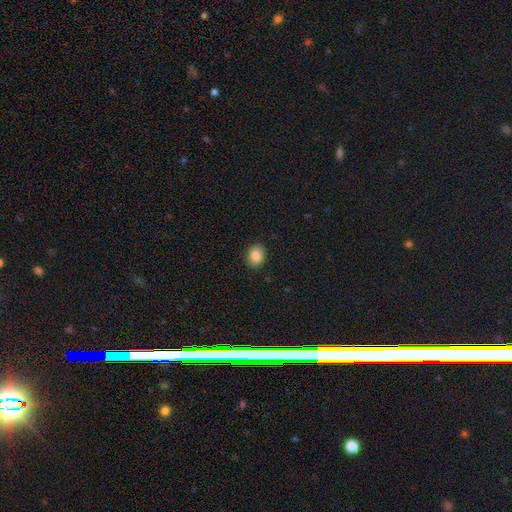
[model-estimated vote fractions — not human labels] smooth 85%, star or artifact 9%, featured or disk 6%. Down the decision tree: how rounded — in between (50%); merging — none (89%).